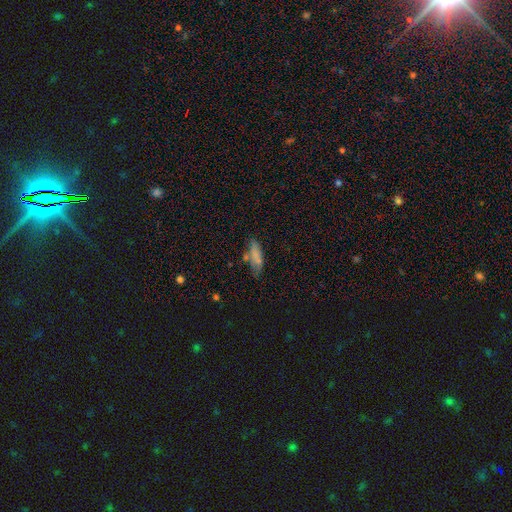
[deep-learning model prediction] Q: Smooth or featured?
A: smooth (74%); runner-up: featured or disk (16%)
Q: How rounded?
A: in between (60%); runner-up: cigar-shaped (38%)
Q: Merging?
A: none (56%); runner-up: minor disturbance (25%)